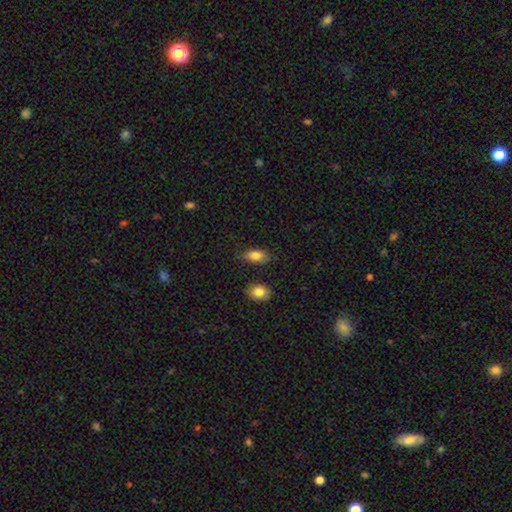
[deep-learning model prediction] Smooth or featured? smooth (83%)
How rounded? in between (90%)
Merging? none (80%)